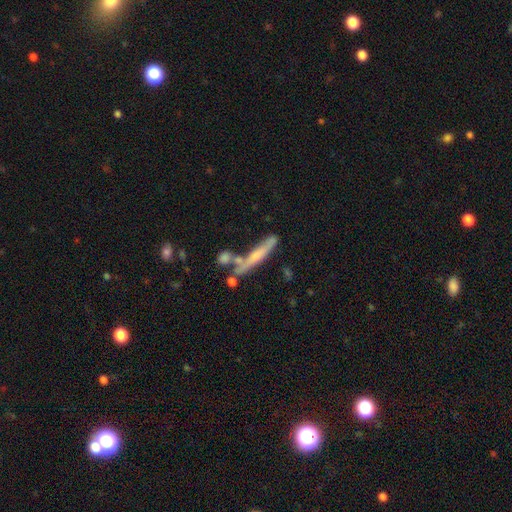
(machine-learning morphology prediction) This appears to be a featured or disk galaxy (46%). Merging: none (57%).